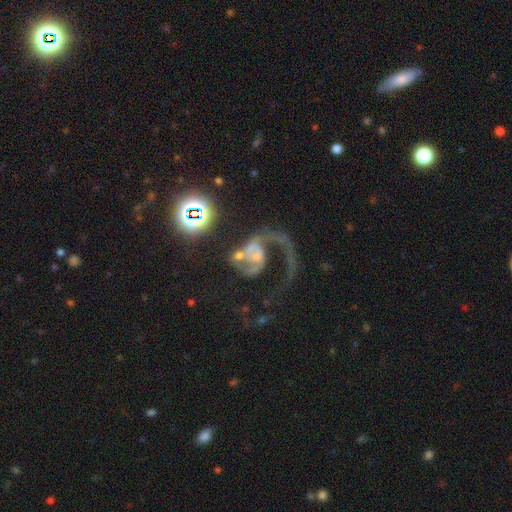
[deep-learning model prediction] Smooth or featured? featured or disk (77%)
Edge-on disk? no (98%)
Bar? no (65%)
Spiral arms? yes (87%)
Spiral winding? loose (56%)
Spiral arm count? 1 (66%)
Bulge size? small (36%)
Merging? major disturbance (46%)